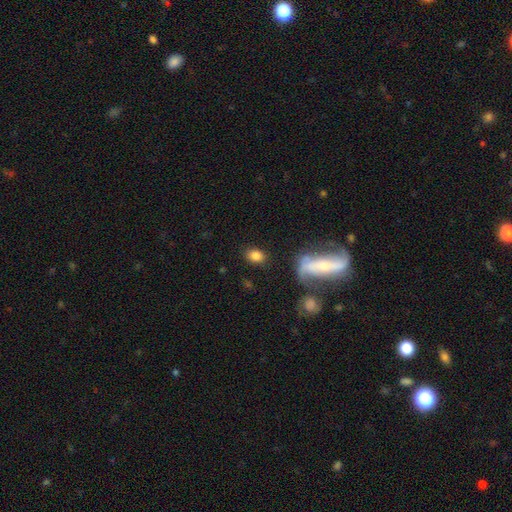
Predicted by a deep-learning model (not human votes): smooth 81%, featured or disk 10%, star or artifact 9%. Down the decision tree: how rounded — in between (70%); merging — none (79%).